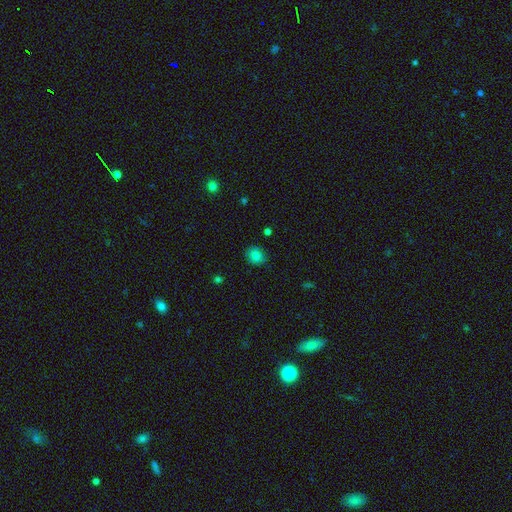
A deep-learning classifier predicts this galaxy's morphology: type=smooth (83%); roundness=round (73%); merging=none (86%).